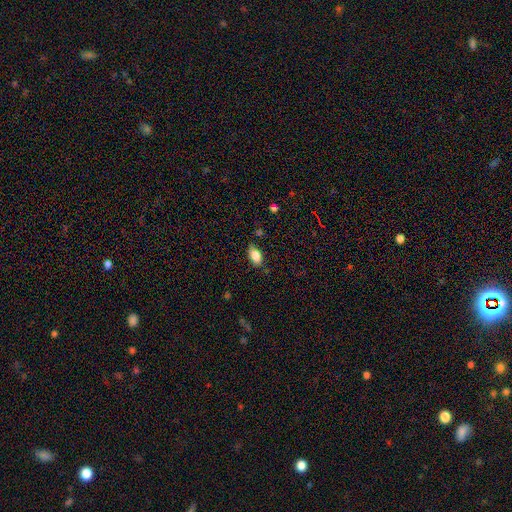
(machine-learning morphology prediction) A smooth galaxy with no disk features (85%) that is in between round and cigar-shaped (90%).

Vote fractions:
- Smooth or featured? smooth: 85% / star or artifact: 8% / featured or disk: 7%
- How rounded? in between: 90% / round: 6% / cigar-shaped: 4%
- Merging? none: 75% / minor disturbance: 19% / major disturbance: 4% / merger: 2%